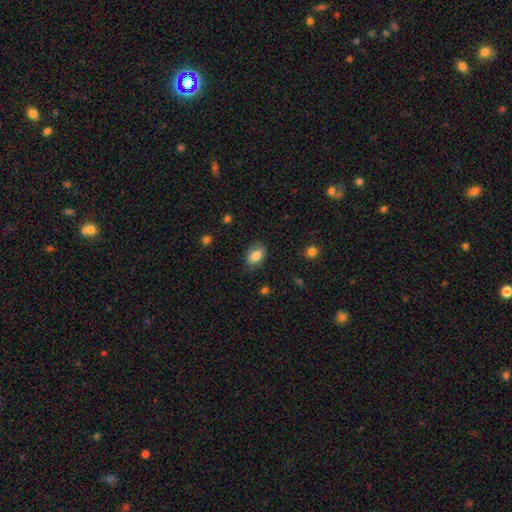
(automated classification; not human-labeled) smooth_or_featured: smooth (p=0.80) [alt: featured or disk p=0.12]
how_rounded: in between (p=0.87) [alt: round p=0.11]
merging: none (p=0.77) [alt: minor disturbance p=0.17]